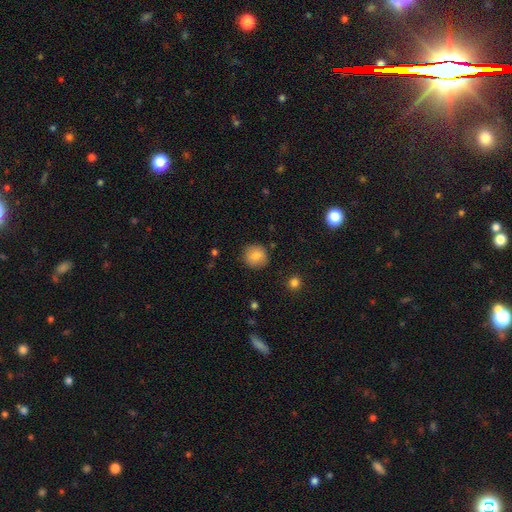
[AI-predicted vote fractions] This is clearly a smooth galaxy (84%). How rounded: clearly round (88%). Merging: clearly none (86%).